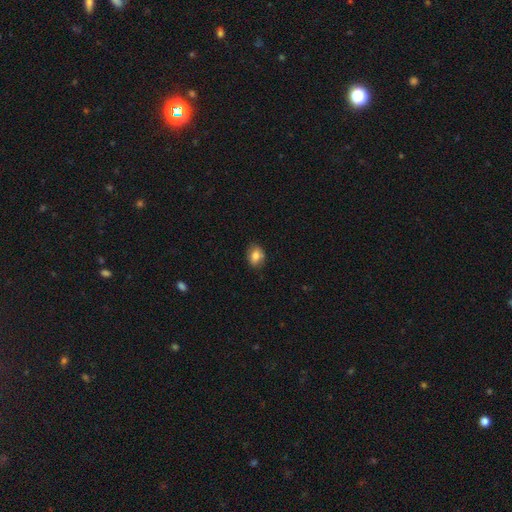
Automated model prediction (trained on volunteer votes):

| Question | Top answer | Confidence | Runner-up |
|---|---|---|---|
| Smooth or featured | smooth | 76% | featured or disk (16%) |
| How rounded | in between | 67% | round (32%) |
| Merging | none | 79% | minor disturbance (16%) |